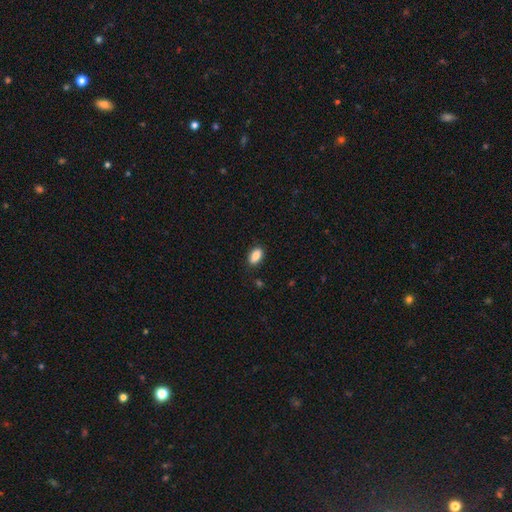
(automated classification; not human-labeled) Q: Smooth or featured?
A: smooth (88%); runner-up: star or artifact (8%)
Q: How rounded?
A: in between (90%); runner-up: cigar-shaped (5%)
Q: Merging?
A: none (86%); runner-up: minor disturbance (11%)